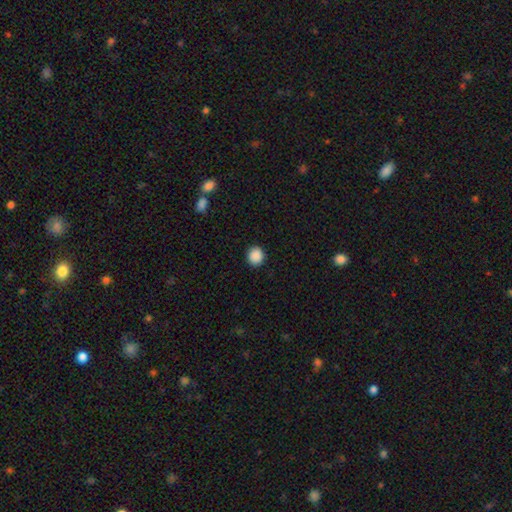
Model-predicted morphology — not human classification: Smooth or featured? smooth (89%)
How rounded? round (84%)
Merging? none (91%)